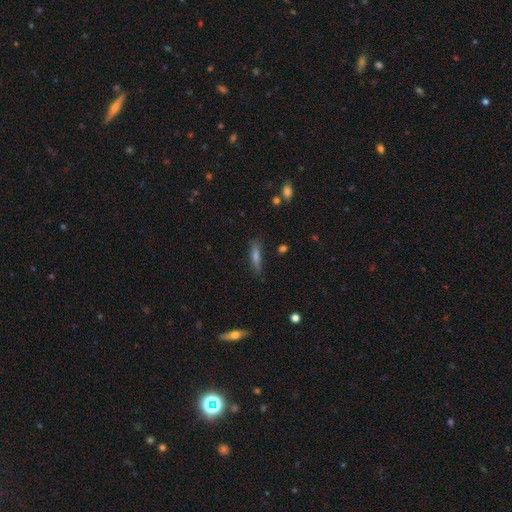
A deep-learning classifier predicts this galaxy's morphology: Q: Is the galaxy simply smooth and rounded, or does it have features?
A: smooth — 63%.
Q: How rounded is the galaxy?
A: cigar-shaped — 77%.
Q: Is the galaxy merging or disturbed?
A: none — 77%.